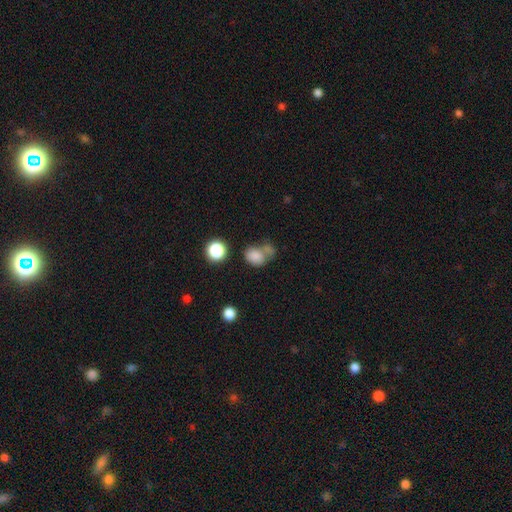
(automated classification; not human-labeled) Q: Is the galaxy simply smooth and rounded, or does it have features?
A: smooth — 80%.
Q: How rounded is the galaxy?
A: in between — 55%.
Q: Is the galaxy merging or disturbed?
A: merger — 39%.